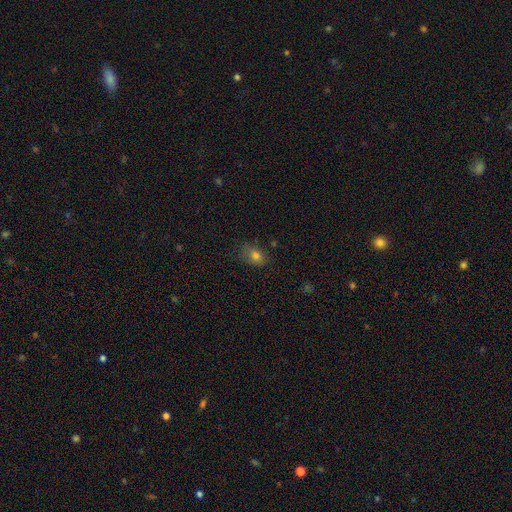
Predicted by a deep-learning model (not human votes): smooth-or-featured: smooth: 78% | star or artifact: 12% | featured or disk: 10%
  how-rounded: in between: 73% | round: 25% | cigar-shaped: 1%
  merging: none: 67% | minor disturbance: 24% | major disturbance: 7% | merger: 2%